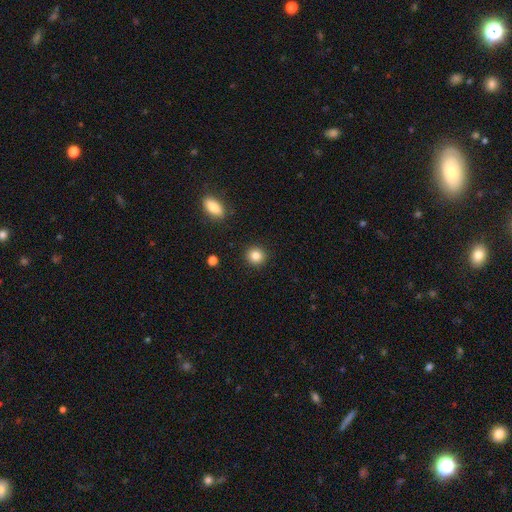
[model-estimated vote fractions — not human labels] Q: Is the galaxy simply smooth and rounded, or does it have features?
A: smooth — 84%.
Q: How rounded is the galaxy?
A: round — 90%.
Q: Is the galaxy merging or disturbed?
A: none — 91%.